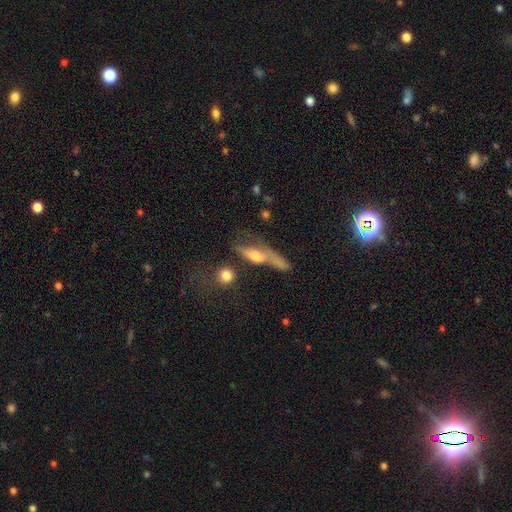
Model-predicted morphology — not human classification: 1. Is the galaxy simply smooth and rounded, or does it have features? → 49% smooth, 40% featured or disk, 11% star or artifact.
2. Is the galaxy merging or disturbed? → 30% major disturbance, 28% none, 24% merger, 18% minor disturbance.